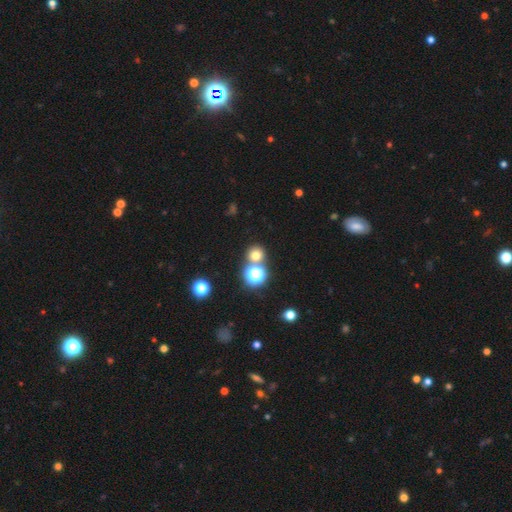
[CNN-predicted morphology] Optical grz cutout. It shows a smooth galaxy with no disk features (67%) that is round (89%). Merging: none (72%).